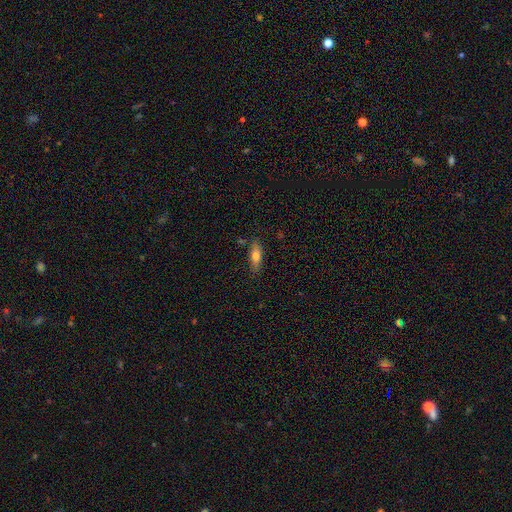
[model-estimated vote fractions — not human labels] This is likely a smooth galaxy (70%). How rounded: likely in between (60%). Merging: clearly none (81%).